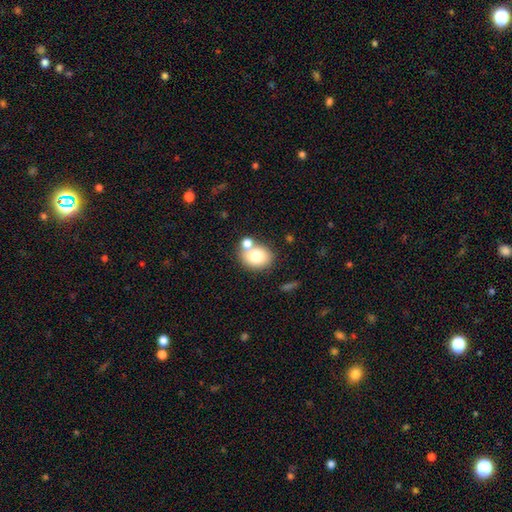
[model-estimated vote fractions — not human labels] smooth-or-featured: smooth: 76% | featured or disk: 14% | star or artifact: 10%
  how-rounded: in between: 51% | round: 48% | cigar-shaped: 1%
  merging: none: 57% | merger: 27% | minor disturbance: 12% | major disturbance: 4%